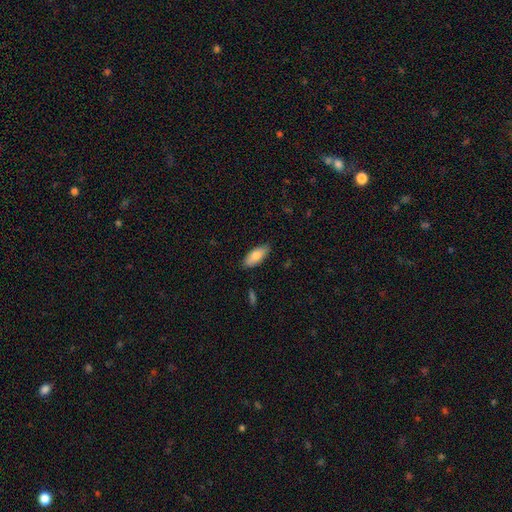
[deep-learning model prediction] Morphology: type=smooth (81%); roundness=in between (84%); merging=none (85%).